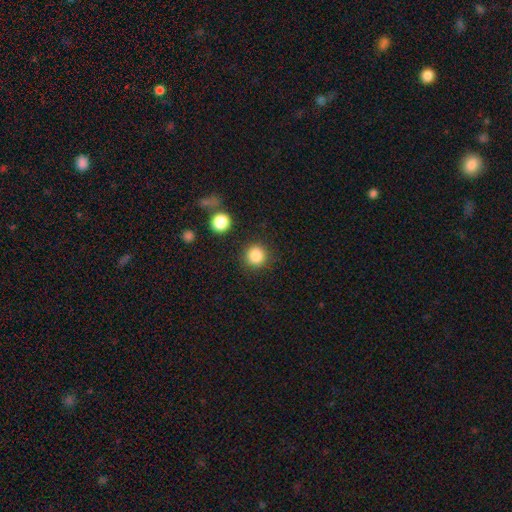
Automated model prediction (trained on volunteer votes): This appears to be a smooth galaxy with no disk features (85%) that is round (93%). Merging: none (88%).